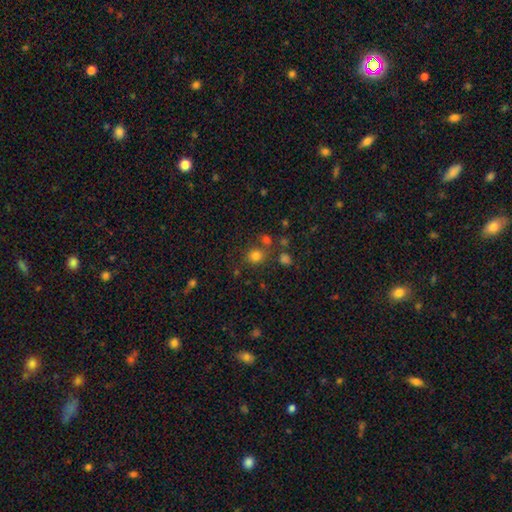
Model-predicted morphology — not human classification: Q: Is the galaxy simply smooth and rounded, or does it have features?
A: smooth — 77%.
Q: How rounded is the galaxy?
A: round — 82%.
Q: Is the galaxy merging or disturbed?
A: none — 69%.